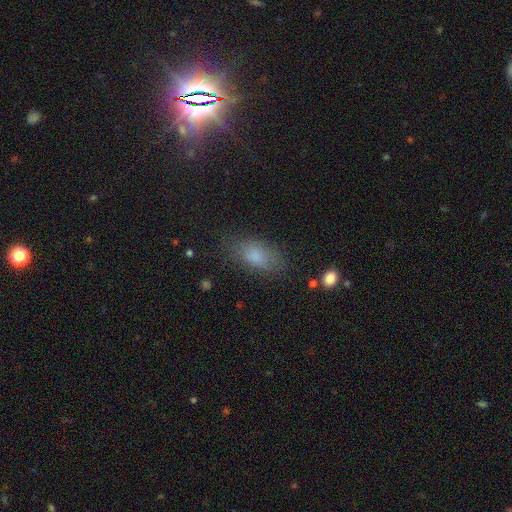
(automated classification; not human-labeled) Smooth or featured? smooth (82%)
How rounded? in between (88%)
Merging? none (77%)